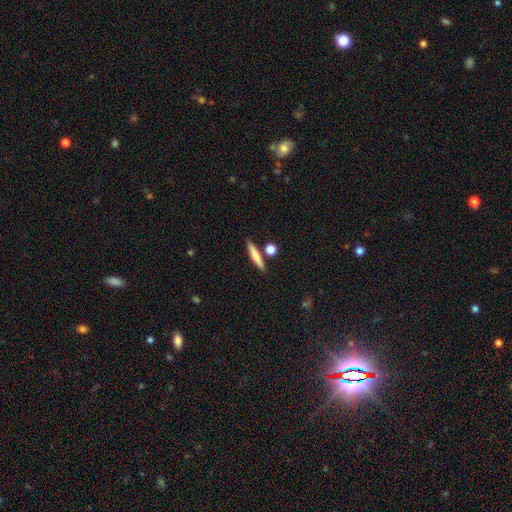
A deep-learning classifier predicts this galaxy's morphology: type=smooth (74%); roundness=cigar-shaped (85%); merging=none (81%).